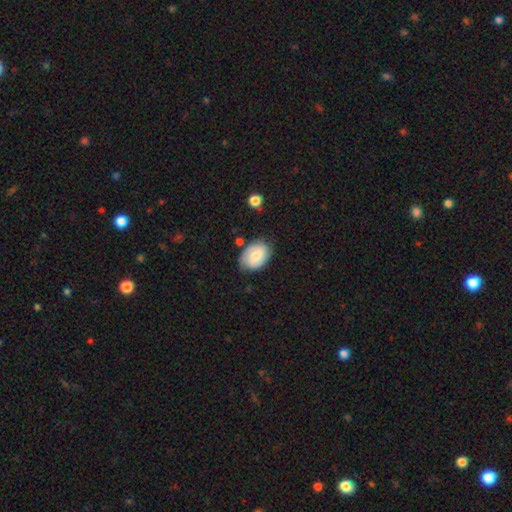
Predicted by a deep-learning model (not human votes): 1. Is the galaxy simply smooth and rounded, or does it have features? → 61% smooth, 32% featured or disk, 7% star or artifact.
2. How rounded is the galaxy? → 76% in between, 23% round, 1% cigar-shaped.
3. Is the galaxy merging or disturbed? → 71% none, 21% minor disturbance, 5% major disturbance, 3% merger.